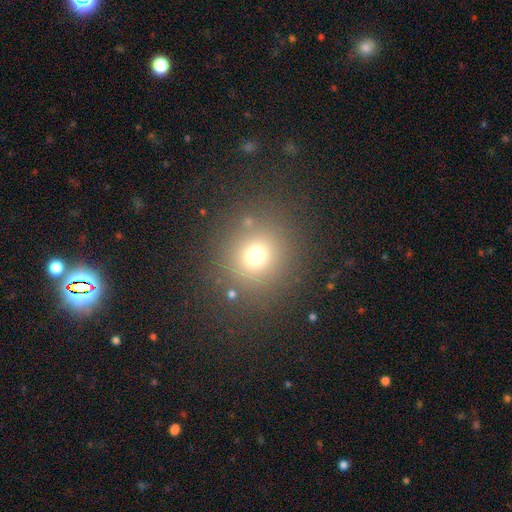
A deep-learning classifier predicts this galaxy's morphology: Q: Smooth or featured?
A: smooth (70%); runner-up: star or artifact (21%)
Q: How rounded?
A: round (90%); runner-up: in between (9%)
Q: Merging?
A: none (82%); runner-up: minor disturbance (8%)